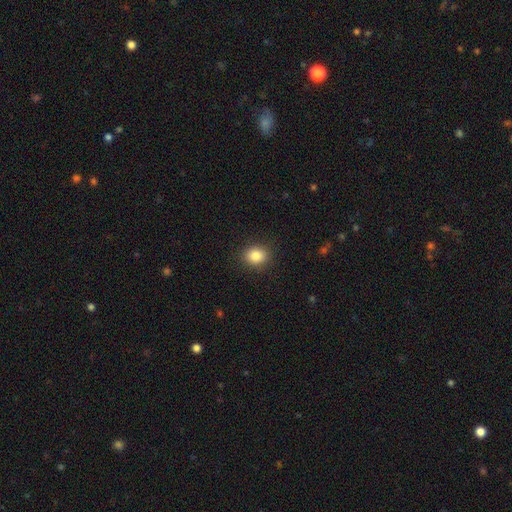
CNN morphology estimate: A smooth galaxy with no disk features (86%) that is round (50%).

Vote fractions:
- Smooth or featured? smooth: 86% / star or artifact: 9% / featured or disk: 5%
- How rounded? round: 50% / in between: 49% / cigar-shaped: 1%
- Merging? none: 89% / minor disturbance: 8% / major disturbance: 2% / merger: 1%